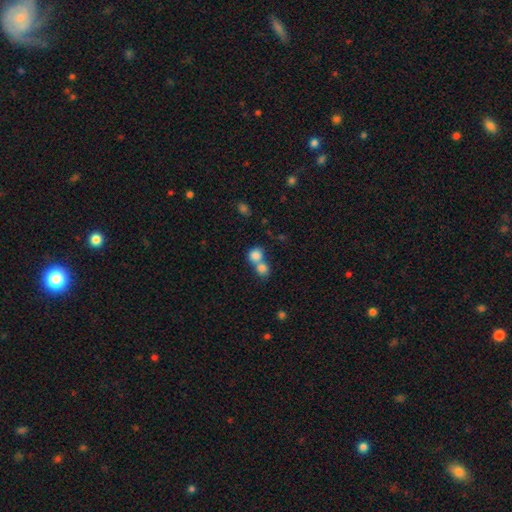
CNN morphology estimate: A smooth galaxy with no disk features (82%) that is round (76%). Merging: merger (58%).